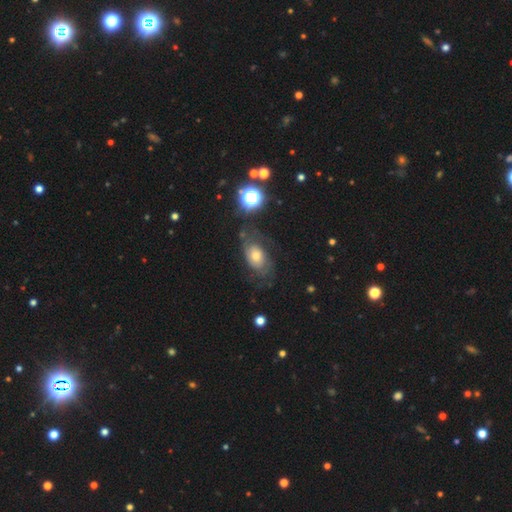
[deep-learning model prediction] smooth-or-featured: featured or disk: 57% | smooth: 29% | star or artifact: 13%
  disk-edge-on: no: 94% | yes: 6%
    bar: no: 78% | weak: 19% | strong: 3%
    has-spiral-arms: yes: 80% | no: 20%
    bulge-size: moderate: 52% | small: 29% | large: 14% | none: 3% | dominant: 2%
  merging: none: 59% | minor disturbance: 21% | major disturbance: 16% | merger: 3%